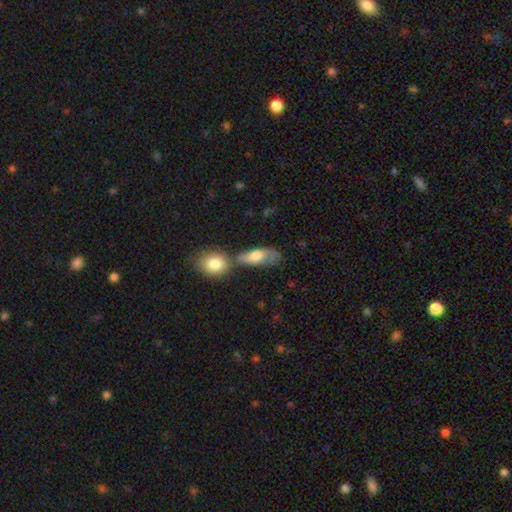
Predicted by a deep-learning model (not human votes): smooth 71%, featured or disk 22%, star or artifact 7%. Down the decision tree: how rounded — in between (76%); merging — none (41%).